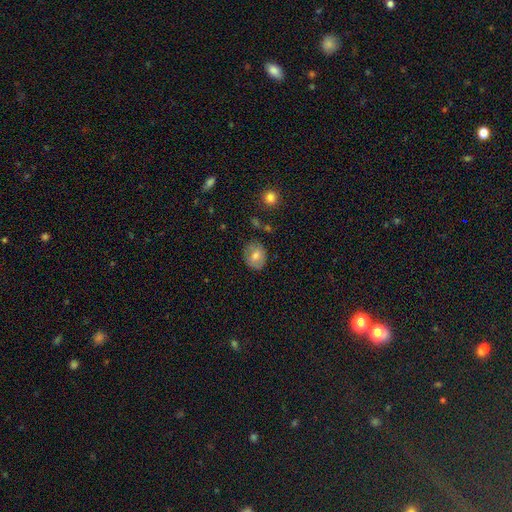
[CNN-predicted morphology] The model was most divided on "how rounded": round: 59%, in between: 40%, cigar-shaped: 1%. More confident: merging — none (77%); smooth or featured — smooth (63%).